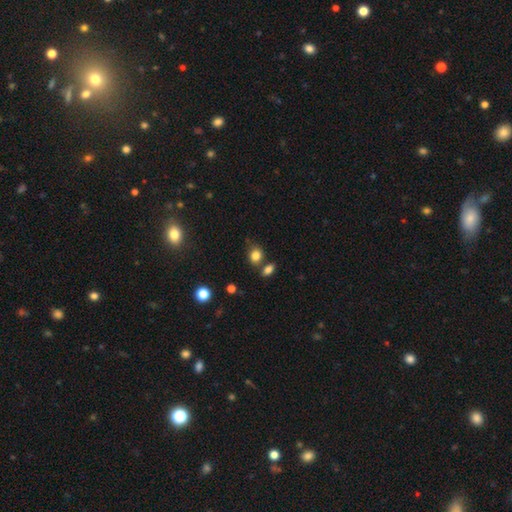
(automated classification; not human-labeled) Q: Smooth or featured?
A: smooth (82%); runner-up: star or artifact (12%)
Q: How rounded?
A: round (53%); runner-up: in between (46%)
Q: Merging?
A: none (64%); runner-up: minor disturbance (16%)